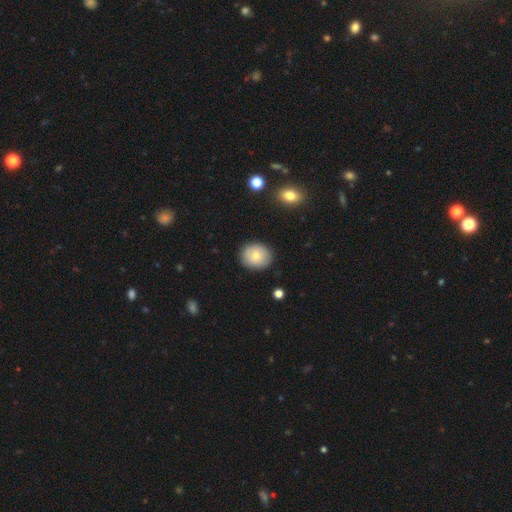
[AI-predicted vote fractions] A smooth galaxy with no disk features (75%) that is round (68%). Merging: none (88%).